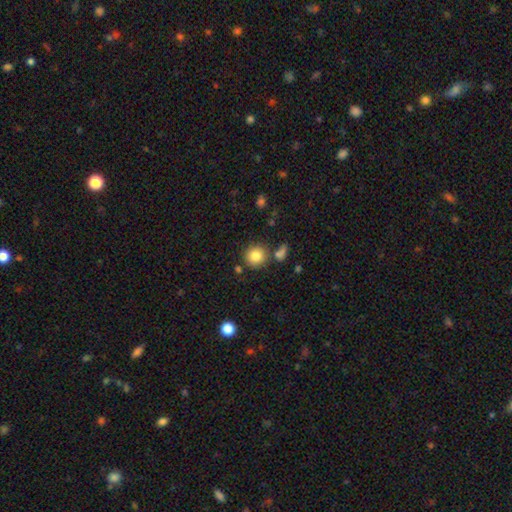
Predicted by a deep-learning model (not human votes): Smooth or featured? smooth (83%)
How rounded? round (91%)
Merging? none (78%)